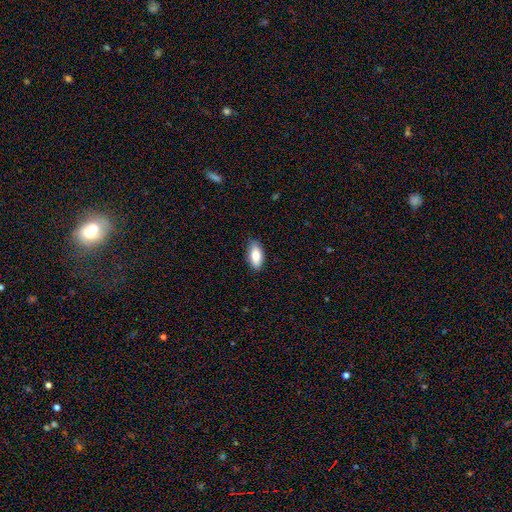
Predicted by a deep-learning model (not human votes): Overall: smooth (81%). How rounded: in between (89%). Merging: none (86%).